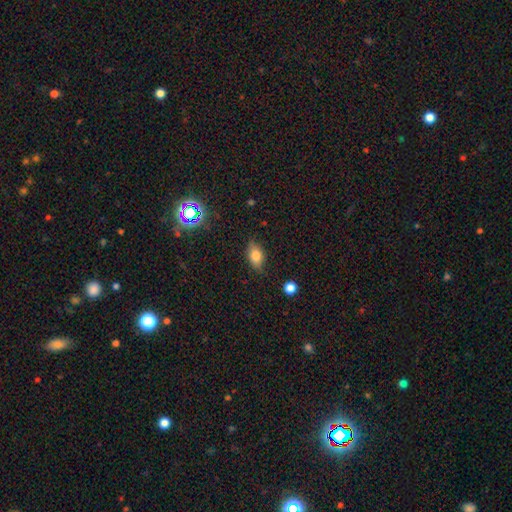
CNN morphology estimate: smooth_or_featured: smooth (p=0.78) [alt: featured or disk p=0.12]
how_rounded: in between (p=0.84) [alt: round p=0.12]
merging: none (p=0.79) [alt: minor disturbance p=0.16]